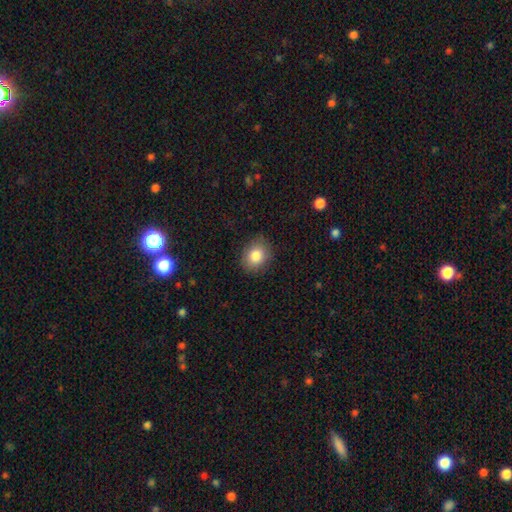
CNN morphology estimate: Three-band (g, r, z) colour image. It shows a smooth galaxy with no disk features (84%) that is round (54%). Merging: none (85%).